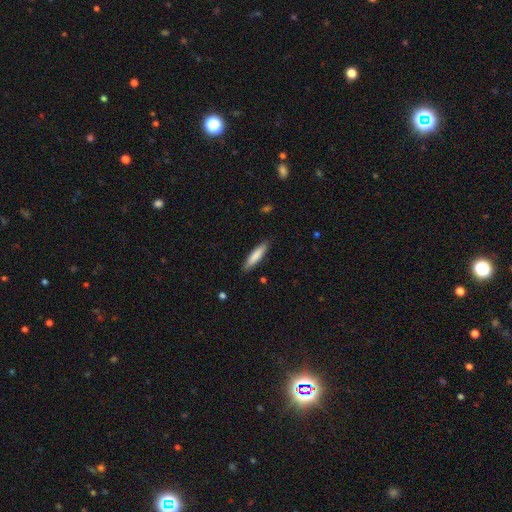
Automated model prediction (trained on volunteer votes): Morphology: type=smooth (82%); roundness=cigar-shaped (79%); merging=none (88%).